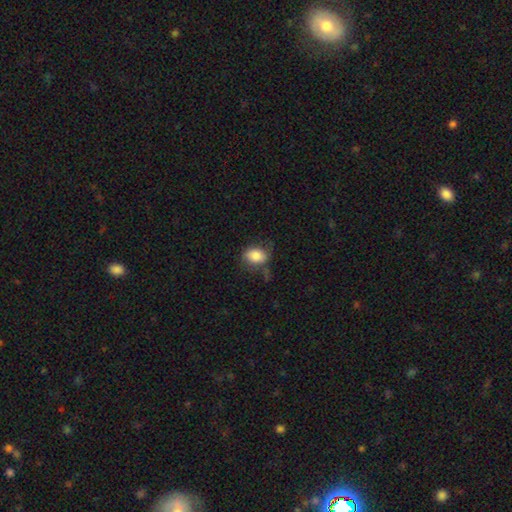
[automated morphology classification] Smooth or featured? Predicted: smooth (p=0.81). How rounded? Predicted: in between (p=0.72). Merging? Predicted: none (p=0.56).